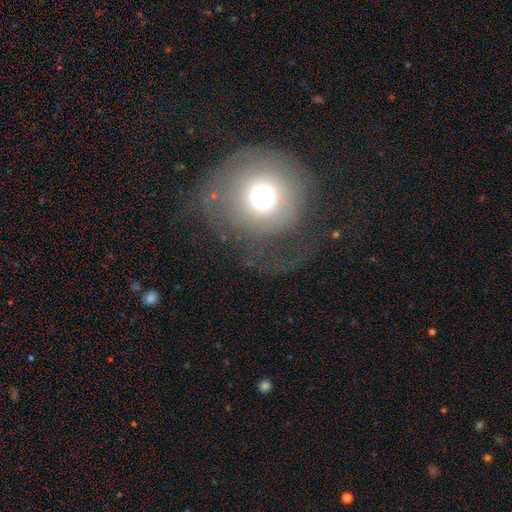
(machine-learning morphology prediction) A smooth galaxy with no disk features (49%).

Vote fractions:
- Smooth or featured? smooth: 49% / featured or disk: 36% / star or artifact: 15%
- Merging? none: 49% / major disturbance: 29% / minor disturbance: 20% / merger: 2%